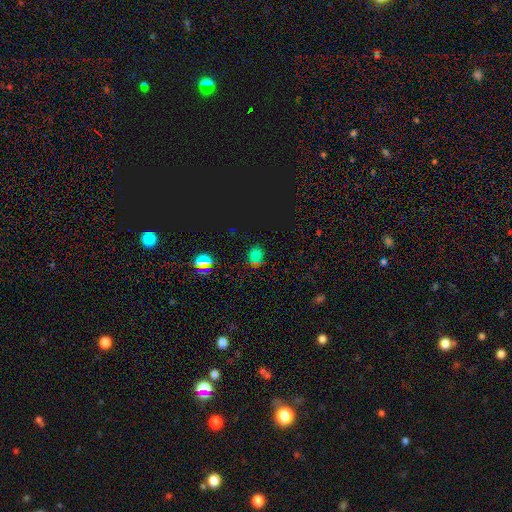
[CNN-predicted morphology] A smooth galaxy with no disk features (48%).

Vote fractions:
- Smooth or featured? smooth: 48% / star or artifact: 45% / featured or disk: 6%
- Merging? none: 77% / minor disturbance: 14% / merger: 5% / major disturbance: 4%